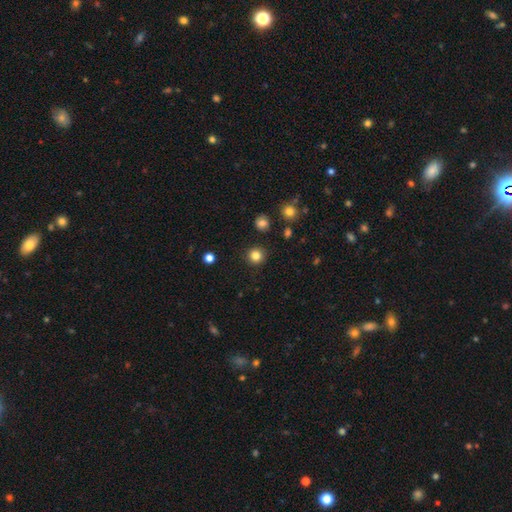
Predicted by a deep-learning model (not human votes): A smooth galaxy with no disk features (83%) that is round (94%). Merging: none (91%).